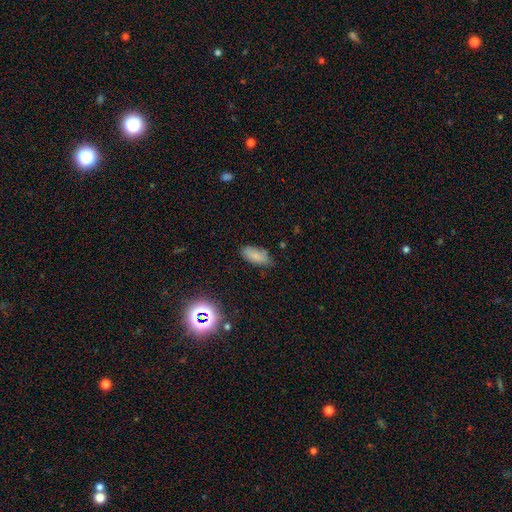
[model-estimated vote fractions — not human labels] A smooth galaxy with no disk features (81%) that is in between round and cigar-shaped (88%). Merging: none (72%).